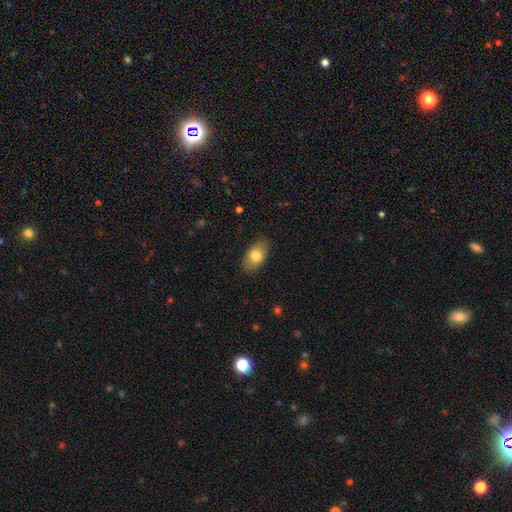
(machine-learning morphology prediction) This appears to be a smooth galaxy with no disk features (76%) that is in between round and cigar-shaped (92%). Merging: none (84%).